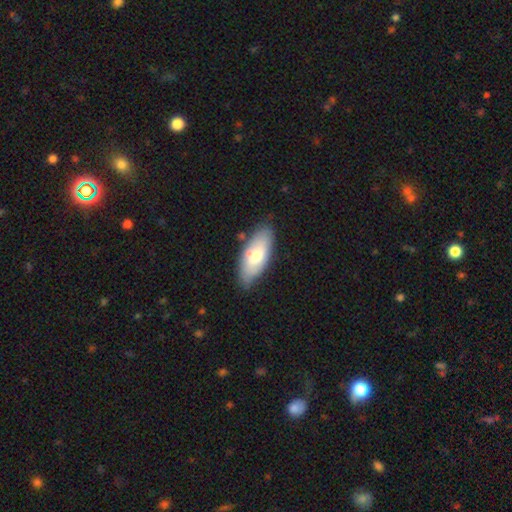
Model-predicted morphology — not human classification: Smooth or featured?
  - smooth: 65% *
  - featured or disk: 29%
  - star or artifact: 6%
How rounded?
  - in between: 85% *
  - cigar-shaped: 13%
  - round: 2%
Merging?
  - none: 72% *
  - minor disturbance: 20%
  - major disturbance: 4%
  - merger: 3%